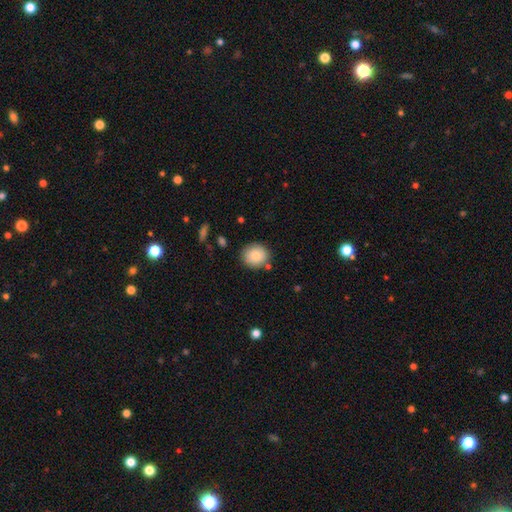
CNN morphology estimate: Smooth or featured: smooth — 84% (featured or disk — 8%)
How rounded: round — 81% (in between — 18%)
Merging: none — 83% (minor disturbance — 11%)